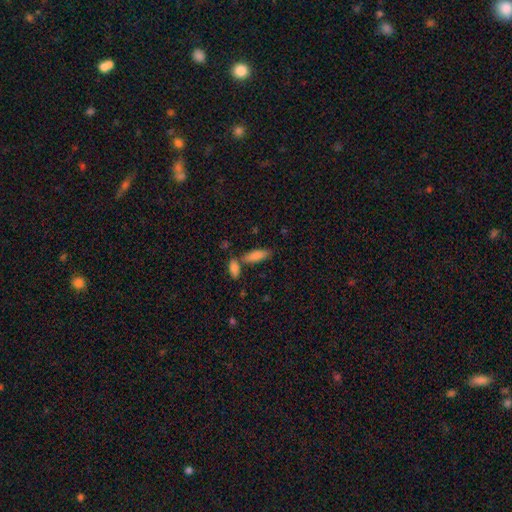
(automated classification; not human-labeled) The model was most divided on "how rounded": in between: 61%, cigar-shaped: 37%, round: 2%. More confident: smooth or featured — smooth (82%); merging — none (59%).